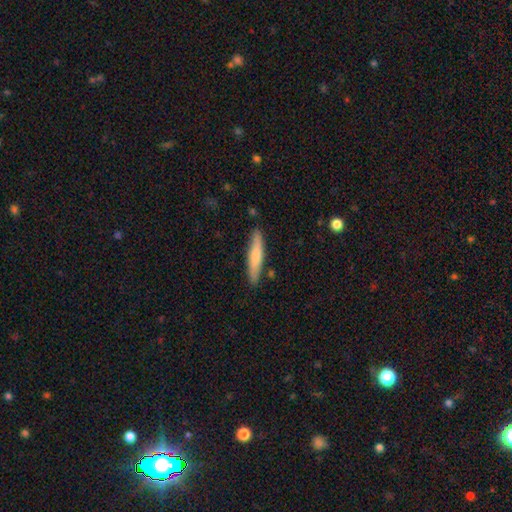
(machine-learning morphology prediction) Smooth or featured? Predicted: smooth (p=0.70). How rounded? Predicted: cigar-shaped (p=0.89). Merging? Predicted: none (p=0.85).